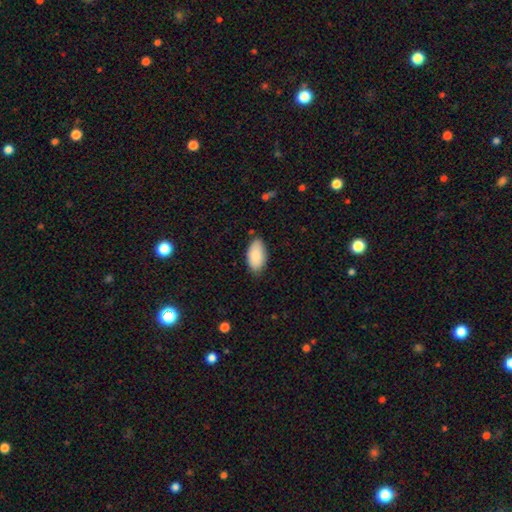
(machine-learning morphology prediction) Smooth or featured? Predicted: smooth (p=0.85). How rounded? Predicted: in between (p=0.95). Merging? Predicted: none (p=0.78).